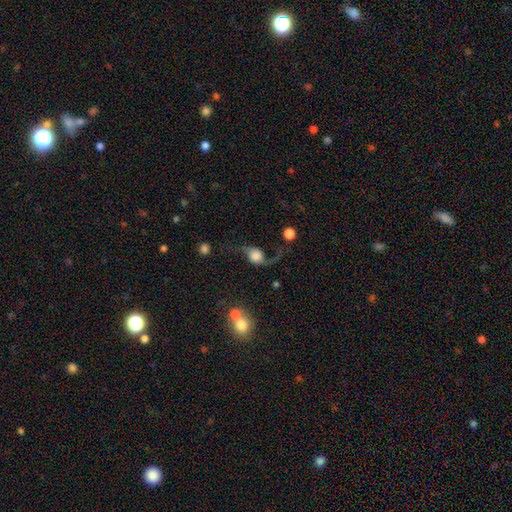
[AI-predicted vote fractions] Smooth or featured: featured or disk — 67% (smooth — 25%)
Edge-on disk: no — 94% (yes — 6%)
Bar: no — 72% (weak — 23%)
Spiral arms: yes — 93% (no — 7%)
Spiral winding: loose — 91% (medium — 7%)
Spiral arm count: 2 — 84% (1 — 11%)
Bulge size: large — 39% (dominant — 28%)
Merging: none — 49% (major disturbance — 25%)